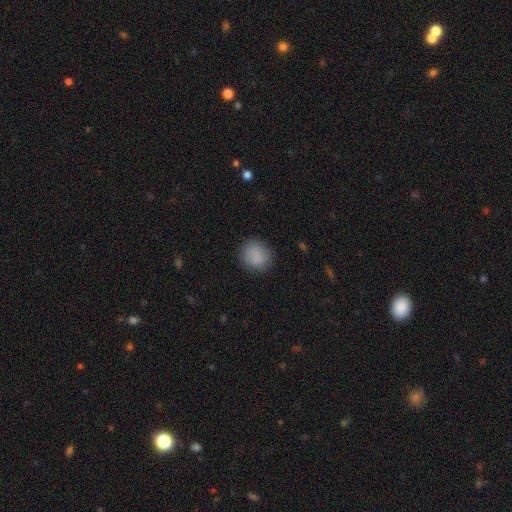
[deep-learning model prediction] A smooth galaxy with no disk features (86%) that is round (81%).

Vote fractions:
- Smooth or featured? smooth: 86% / star or artifact: 9% / featured or disk: 5%
- How rounded? round: 81% / in between: 18% / cigar-shaped: 1%
- Merging? none: 85% / minor disturbance: 11% / major disturbance: 3% / merger: 1%